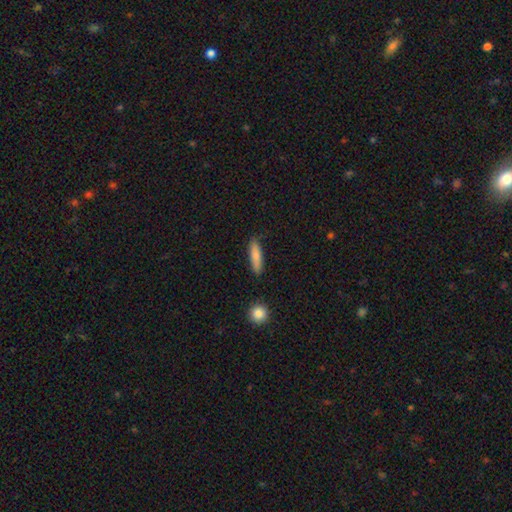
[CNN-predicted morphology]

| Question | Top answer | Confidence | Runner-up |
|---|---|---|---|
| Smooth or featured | smooth | 80% | featured or disk (14%) |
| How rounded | cigar-shaped | 71% | in between (27%) |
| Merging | none | 84% | minor disturbance (11%) |